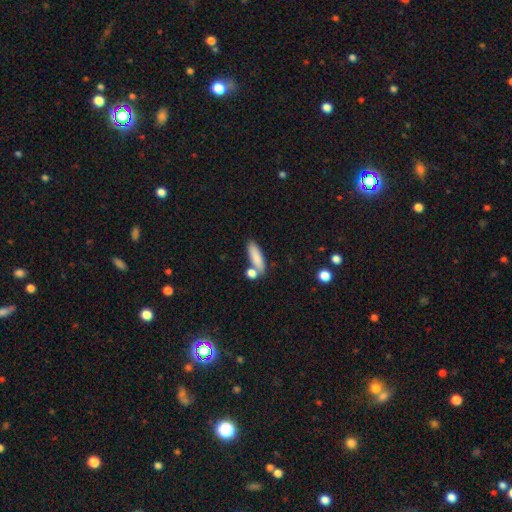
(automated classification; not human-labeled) A smooth galaxy with no disk features (83%) that is cigar-shaped (50%).

Vote fractions:
- Smooth or featured? smooth: 83% / featured or disk: 10% / star or artifact: 7%
- How rounded? cigar-shaped: 50% / in between: 46% / round: 3%
- Merging? none: 63% / merger: 19% / minor disturbance: 14% / major disturbance: 4%